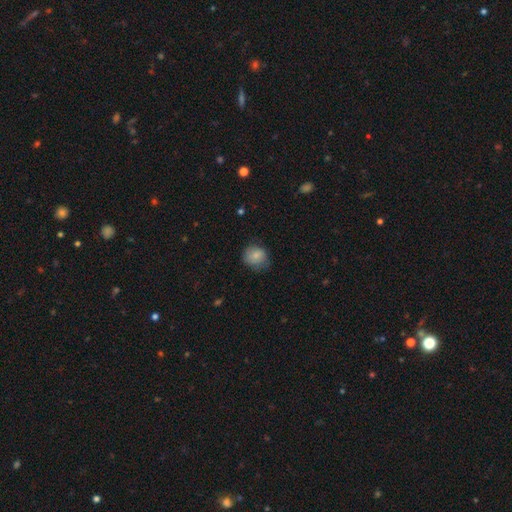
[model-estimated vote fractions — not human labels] smooth 80%, featured or disk 11%, star or artifact 8%. Down the decision tree: how rounded — round (75%); merging — none (64%).